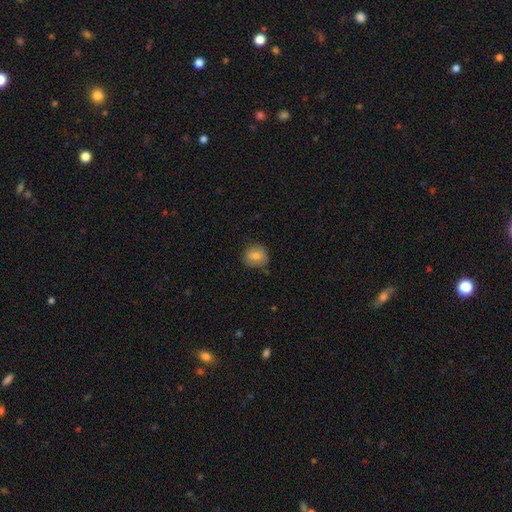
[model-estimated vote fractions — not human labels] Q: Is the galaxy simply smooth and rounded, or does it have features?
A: smooth — 79%.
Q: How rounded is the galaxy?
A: round — 73%.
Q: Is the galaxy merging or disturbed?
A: none — 71%.